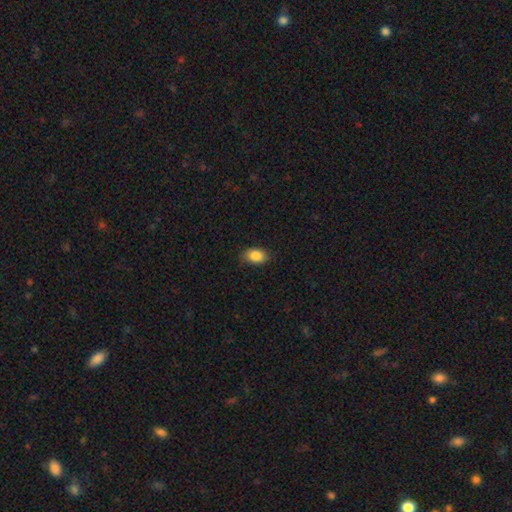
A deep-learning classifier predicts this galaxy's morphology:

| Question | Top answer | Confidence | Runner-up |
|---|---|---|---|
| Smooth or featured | smooth | 87% | star or artifact (8%) |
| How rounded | in between | 85% | round (14%) |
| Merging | none | 82% | minor disturbance (14%) |